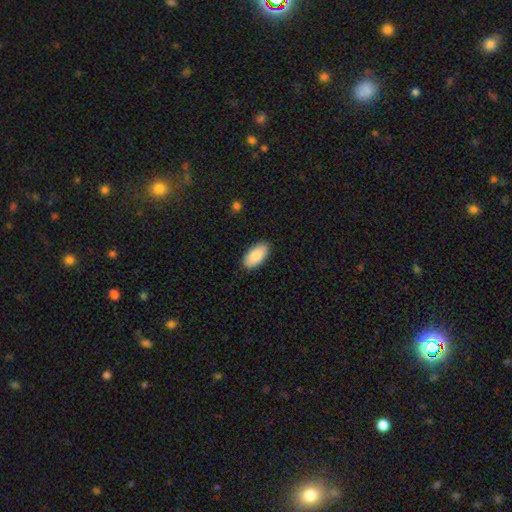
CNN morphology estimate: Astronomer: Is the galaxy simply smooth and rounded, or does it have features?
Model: smooth — 88%.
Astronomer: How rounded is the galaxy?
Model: in between — 95%.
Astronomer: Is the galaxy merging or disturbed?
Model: none — 88%.